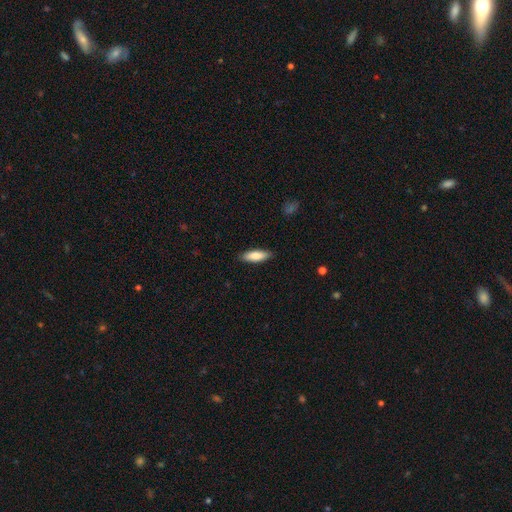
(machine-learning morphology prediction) Smooth or featured? smooth (83%)
How rounded? in between (52%)
Merging? none (88%)